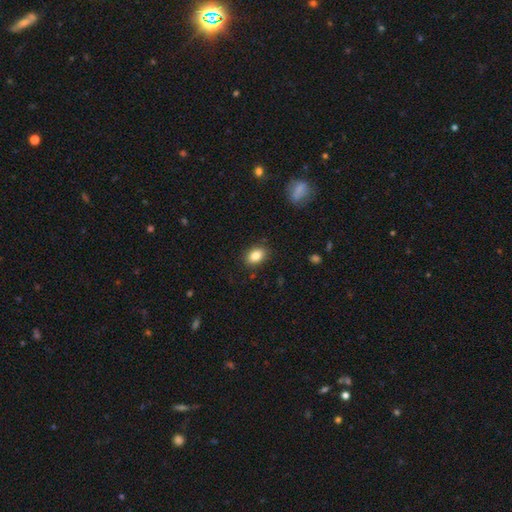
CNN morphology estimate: Smooth or featured? smooth (84%)
How rounded? in between (84%)
Merging? none (87%)